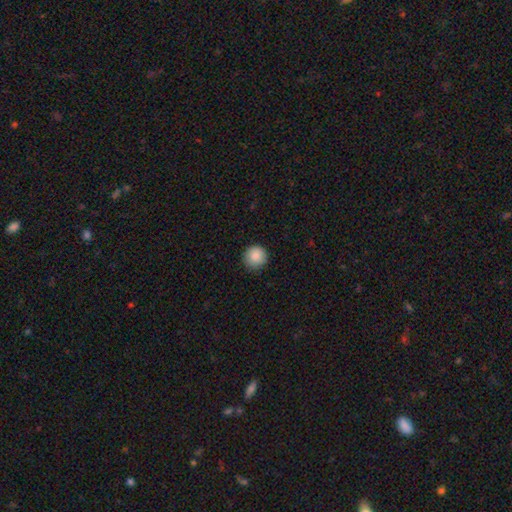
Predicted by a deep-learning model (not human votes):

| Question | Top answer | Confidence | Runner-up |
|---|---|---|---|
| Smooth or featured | smooth | 86% | star or artifact (8%) |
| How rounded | round | 95% | in between (4%) |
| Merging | none | 90% | minor disturbance (8%) |